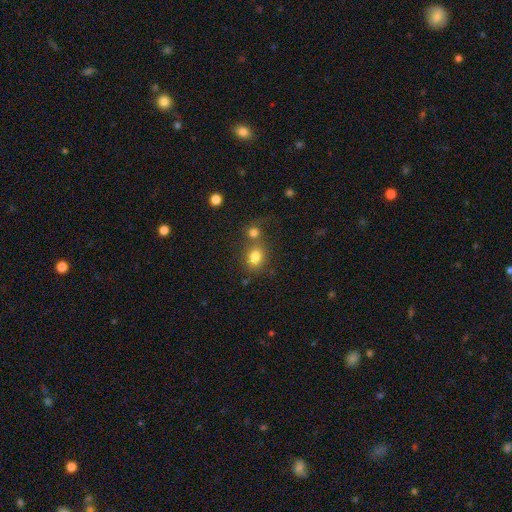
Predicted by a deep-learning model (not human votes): Smooth or featured? smooth (80%)
How rounded? round (53%)
Merging? none (50%)